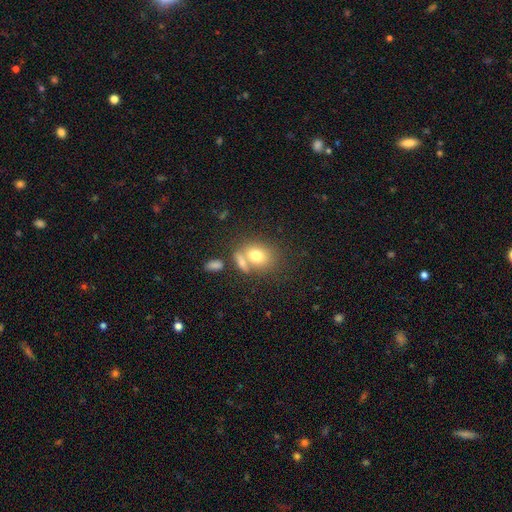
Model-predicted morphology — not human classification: smooth 74%, featured or disk 16%, star or artifact 10%. Down the decision tree: how rounded — round (50%); merging — none (44%).